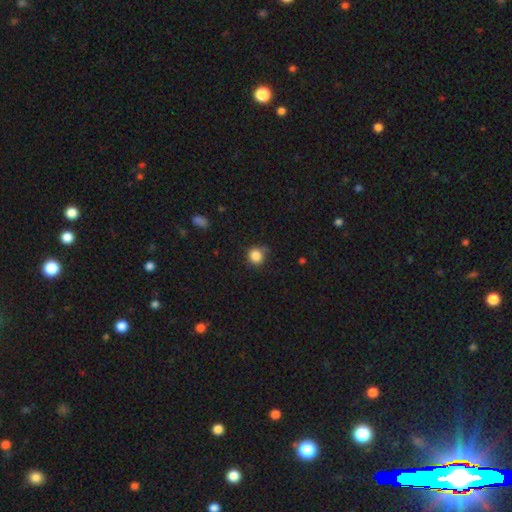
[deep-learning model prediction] Q: Smooth or featured?
A: smooth (85%); runner-up: star or artifact (11%)
Q: How rounded?
A: round (87%); runner-up: in between (12%)
Q: Merging?
A: none (75%); runner-up: minor disturbance (17%)